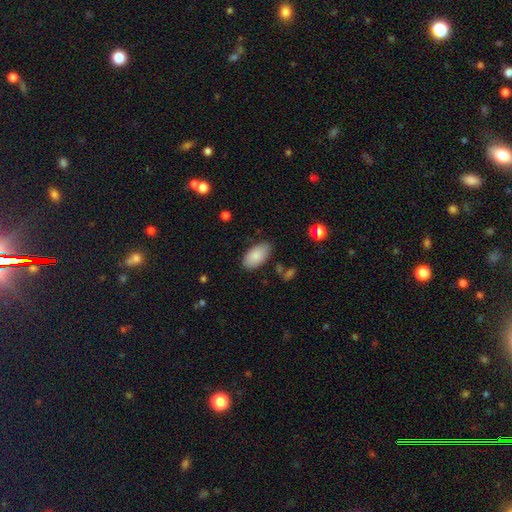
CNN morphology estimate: type=smooth (86%); roundness=in between (95%); merging=none (82%).